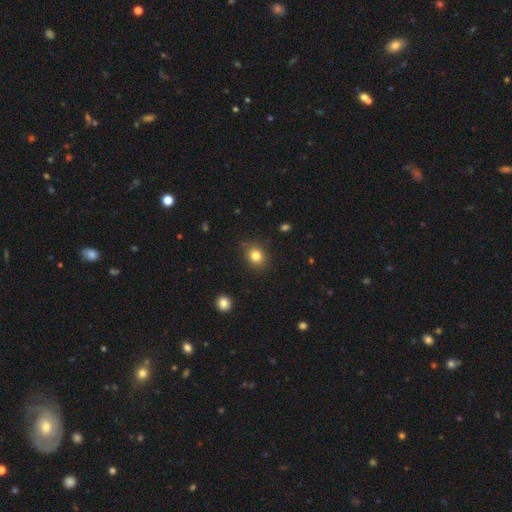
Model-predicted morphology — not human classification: smooth-or-featured: smooth: 82% | star or artifact: 11% | featured or disk: 7%
  how-rounded: round: 59% | in between: 40% | cigar-shaped: 1%
  merging: none: 80% | minor disturbance: 15% | major disturbance: 3% | merger: 2%